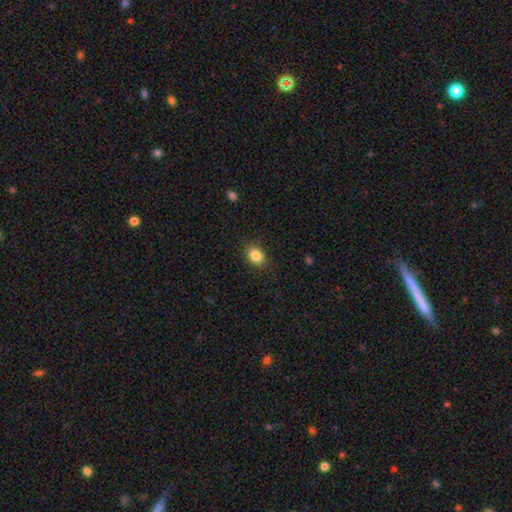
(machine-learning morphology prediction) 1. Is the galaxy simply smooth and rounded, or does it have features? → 85% smooth, 9% star or artifact, 6% featured or disk.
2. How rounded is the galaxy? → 63% in between, 36% round, 1% cigar-shaped.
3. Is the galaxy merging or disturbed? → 85% none, 11% minor disturbance, 3% major disturbance, 1% merger.